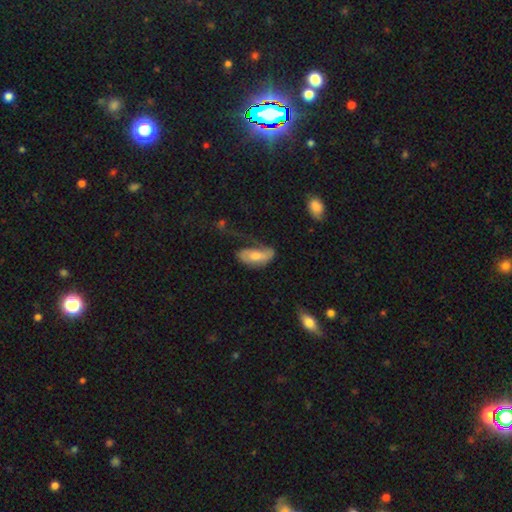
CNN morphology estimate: Q: Smooth or featured?
A: smooth (47%); runner-up: featured or disk (46%)
Q: Merging?
A: none (36%); runner-up: major disturbance (32%)